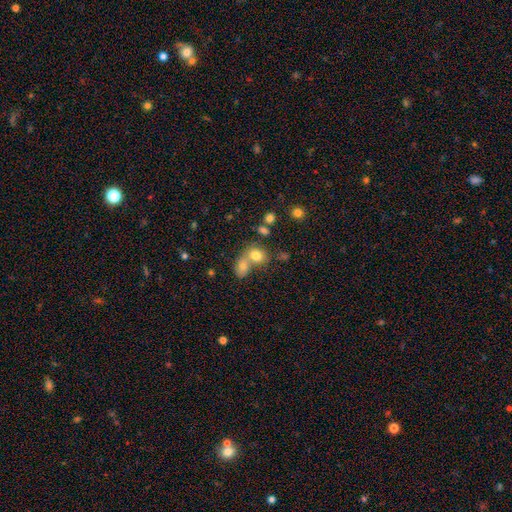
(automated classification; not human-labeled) This is likely a smooth galaxy (77%). How rounded: possibly round (53%). Merging: possibly merger (55%).